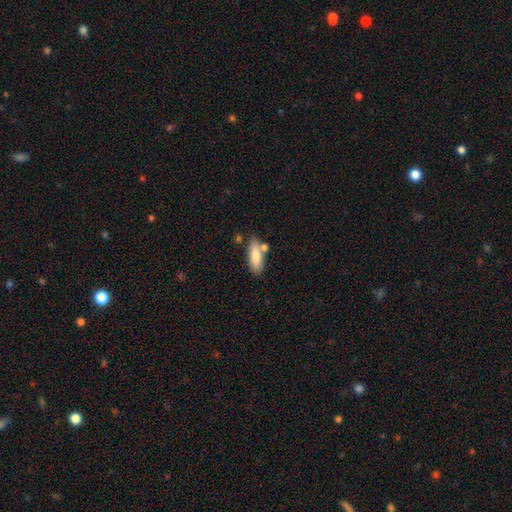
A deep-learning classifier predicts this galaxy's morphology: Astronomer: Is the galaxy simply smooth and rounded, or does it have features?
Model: smooth — 80%.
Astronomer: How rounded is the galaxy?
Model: in between — 62%.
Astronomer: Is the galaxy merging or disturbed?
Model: none — 68%.